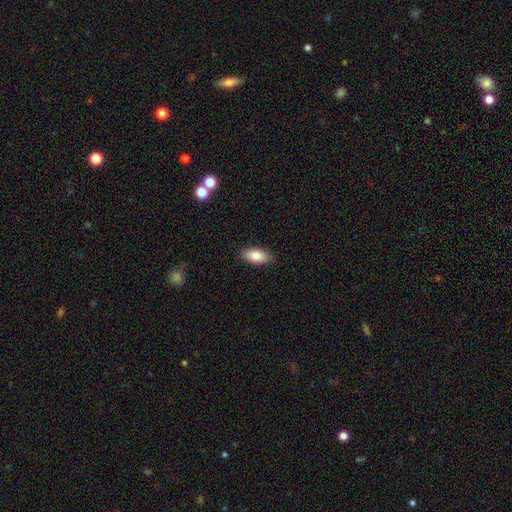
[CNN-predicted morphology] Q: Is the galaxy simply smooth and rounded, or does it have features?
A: smooth — 85%.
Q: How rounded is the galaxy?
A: in between — 90%.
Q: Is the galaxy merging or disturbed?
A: none — 89%.